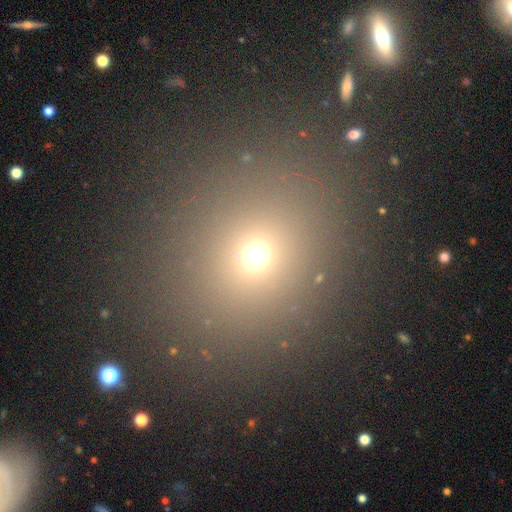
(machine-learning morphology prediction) Smooth or featured?
  - smooth: 65% *
  - star or artifact: 26%
  - featured or disk: 9%
How rounded?
  - round: 76% *
  - in between: 23%
  - cigar-shaped: 1%
Merging?
  - none: 86% *
  - minor disturbance: 7%
  - major disturbance: 4%
  - merger: 2%